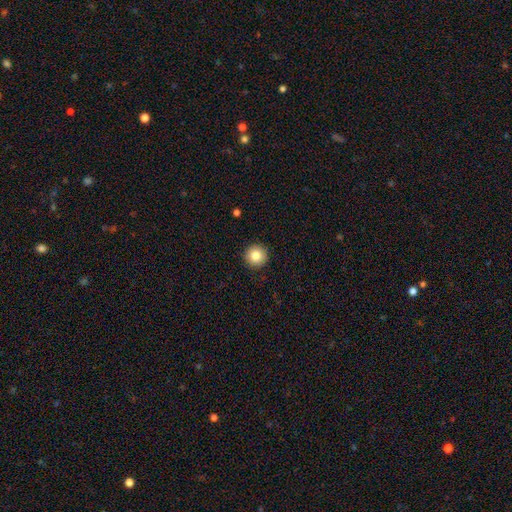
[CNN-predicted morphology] This is clearly a smooth galaxy (83%). How rounded: clearly round (96%). Merging: clearly none (93%).